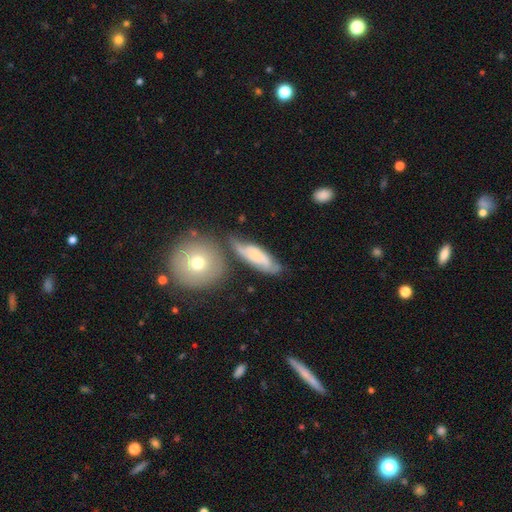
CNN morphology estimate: Q: Smooth or featured?
A: featured or disk (58%); runner-up: smooth (35%)
Q: Edge-on disk?
A: no (82%); runner-up: yes (18%)
Q: Merging?
A: none (54%); runner-up: minor disturbance (24%)